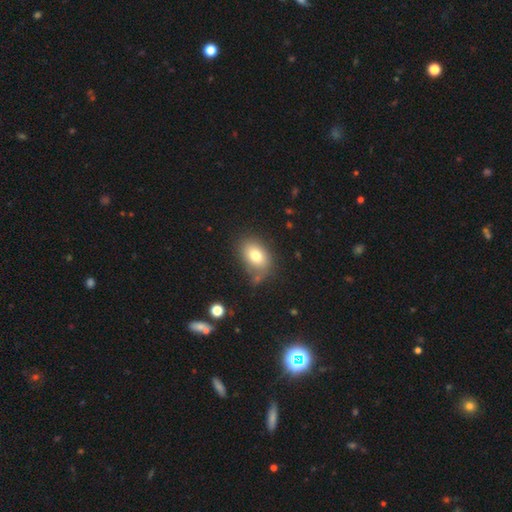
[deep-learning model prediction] smooth 77%, featured or disk 13%, star or artifact 10%. Down the decision tree: how rounded — in between (82%); merging — none (67%).